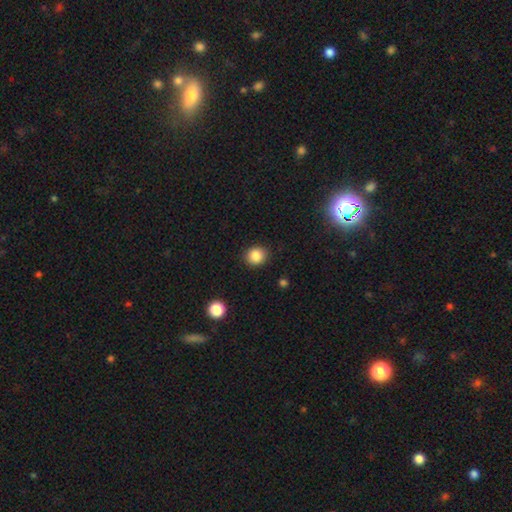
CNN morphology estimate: Smooth or featured? Predicted: smooth (p=0.86). How rounded? Predicted: round (p=0.83). Merging? Predicted: none (p=0.89).